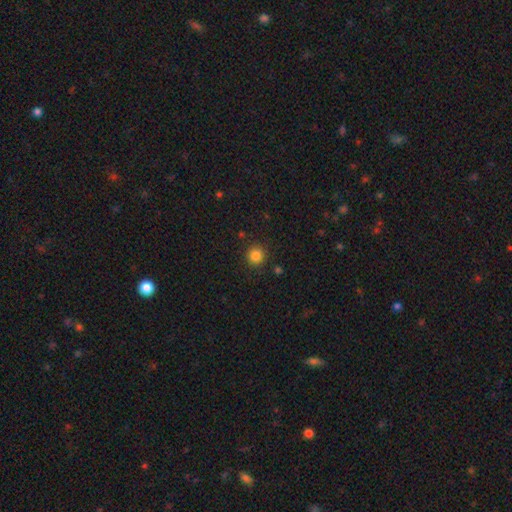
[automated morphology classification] This is clearly a smooth galaxy (84%). How rounded: clearly round (92%). Merging: clearly none (90%).